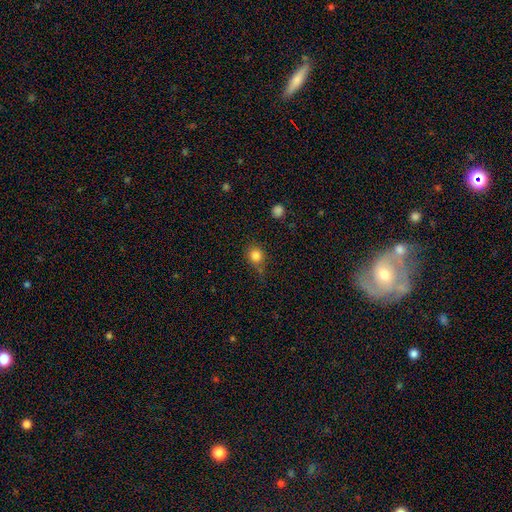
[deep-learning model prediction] This appears to be a smooth galaxy with no disk features (82%) that is round (80%). Merging: none (65%).